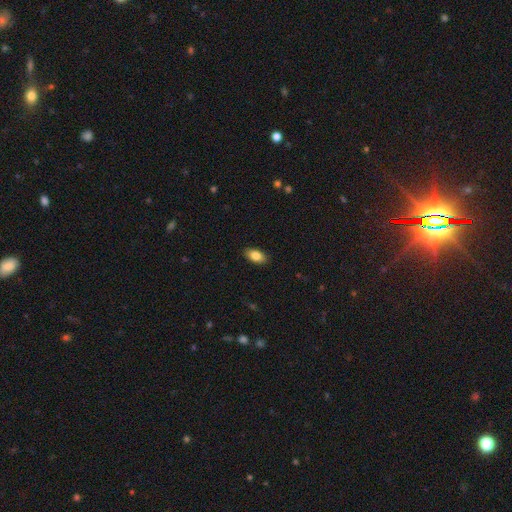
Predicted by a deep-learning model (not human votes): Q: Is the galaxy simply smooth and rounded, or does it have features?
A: smooth — 85%.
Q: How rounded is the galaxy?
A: in between — 92%.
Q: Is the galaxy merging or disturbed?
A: none — 88%.